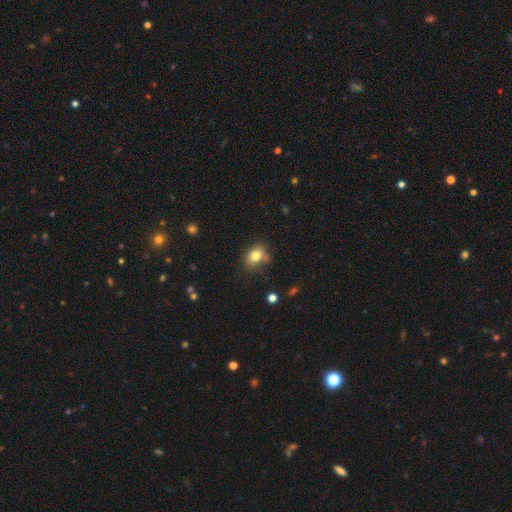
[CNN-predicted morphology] This appears to be a smooth galaxy with no disk features (80%) that is in between round and cigar-shaped (62%). Merging: none (66%).